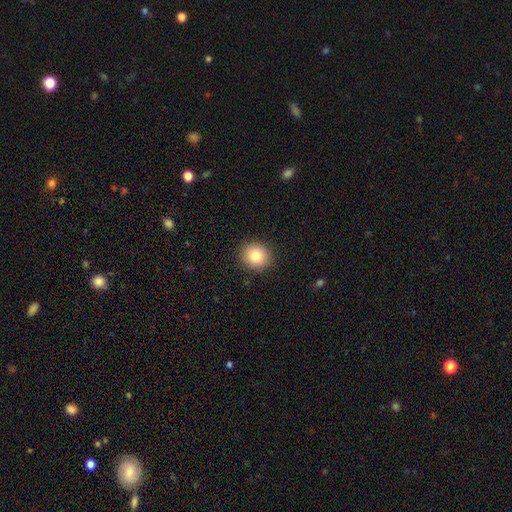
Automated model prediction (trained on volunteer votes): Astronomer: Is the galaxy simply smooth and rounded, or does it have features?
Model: smooth — 82%.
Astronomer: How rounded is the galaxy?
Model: round — 81%.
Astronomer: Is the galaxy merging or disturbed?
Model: none — 91%.